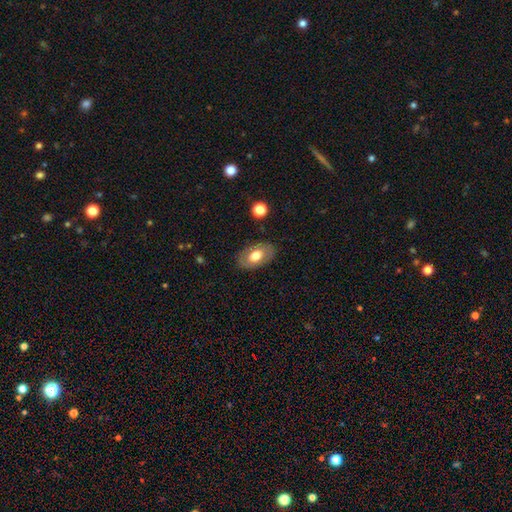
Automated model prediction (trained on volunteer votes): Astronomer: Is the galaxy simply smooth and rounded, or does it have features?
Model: smooth — 61%.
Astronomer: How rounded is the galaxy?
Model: in between — 90%.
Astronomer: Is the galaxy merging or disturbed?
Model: none — 82%.